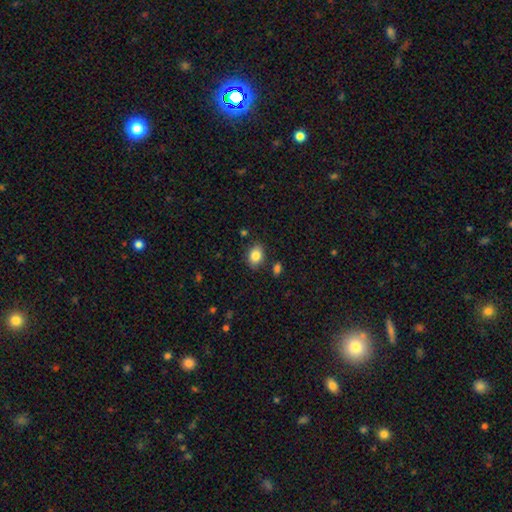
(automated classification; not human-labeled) A smooth galaxy with no disk features (85%) that is in between round and cigar-shaped (73%). Merging: none (82%).